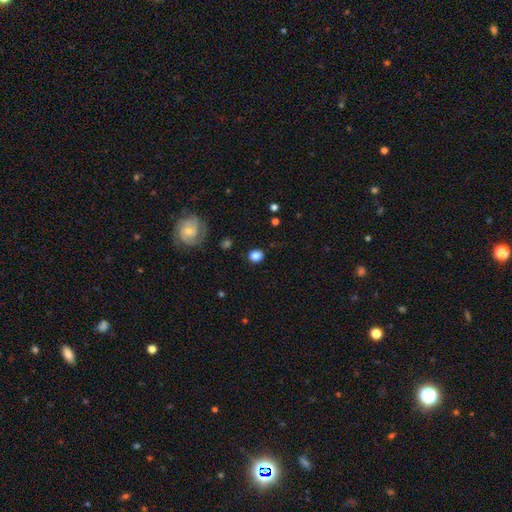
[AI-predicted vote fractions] A smooth galaxy with no disk features (82%) that is round (64%).

Vote fractions:
- Smooth or featured? smooth: 82% / star or artifact: 11% / featured or disk: 7%
- How rounded? round: 64% / in between: 35% / cigar-shaped: 1%
- Merging? none: 85% / minor disturbance: 10% / major disturbance: 4% / merger: 2%